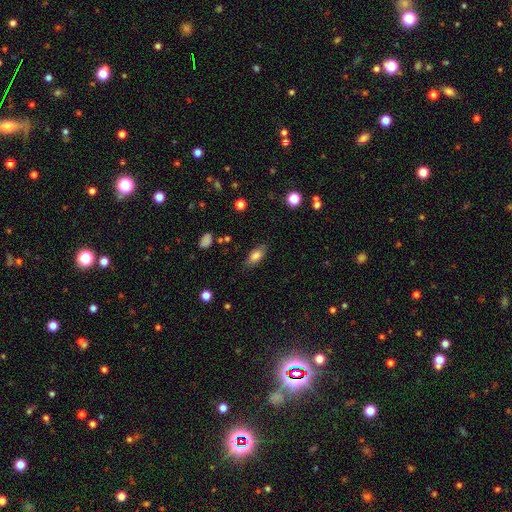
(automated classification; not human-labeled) smooth-or-featured: smooth: 78% | featured or disk: 14% | star or artifact: 8%
  how-rounded: in between: 83% | cigar-shaped: 13% | round: 4%
  merging: none: 81% | minor disturbance: 14% | major disturbance: 4% | merger: 1%